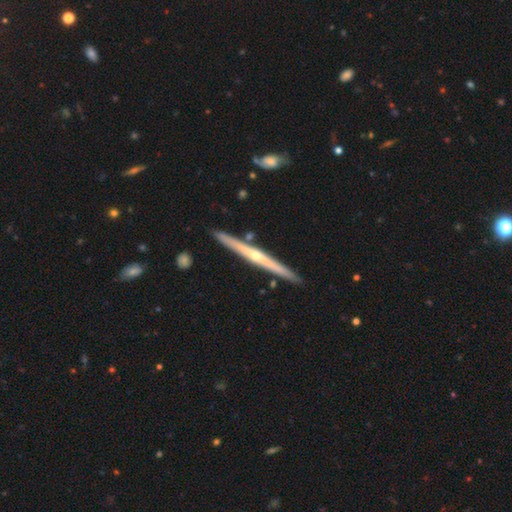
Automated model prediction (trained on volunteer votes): Overall: featured or disk (77%). Edge-on disk: yes (98%). Edge-on bulge: rounded (77%). Merging: none (90%).